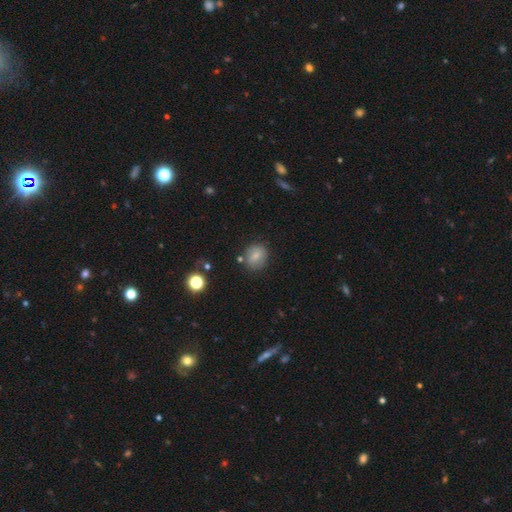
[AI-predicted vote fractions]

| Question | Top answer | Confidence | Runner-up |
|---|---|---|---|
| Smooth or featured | smooth | 78% | featured or disk (11%) |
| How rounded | round | 73% | in between (26%) |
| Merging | none | 78% | minor disturbance (14%) |